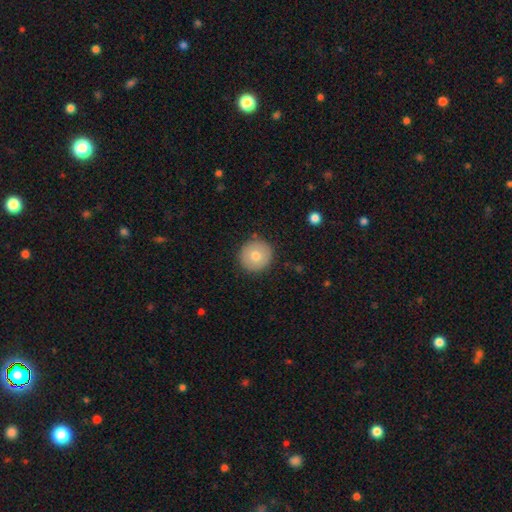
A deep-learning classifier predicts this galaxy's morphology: Smooth or featured? smooth (75%)
How rounded? round (95%)
Merging? none (91%)